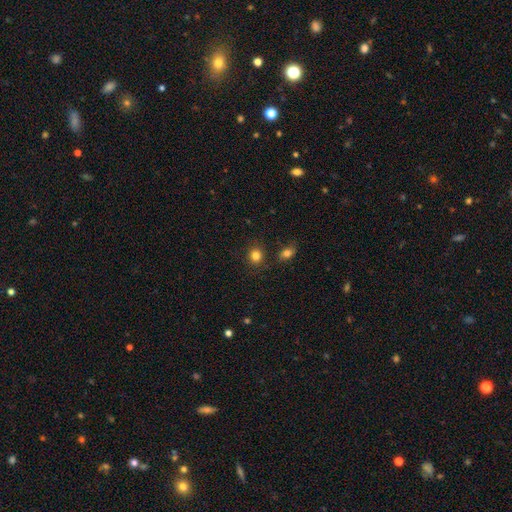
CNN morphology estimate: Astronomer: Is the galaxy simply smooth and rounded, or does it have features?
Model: smooth — 83%.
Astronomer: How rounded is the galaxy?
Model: round — 81%.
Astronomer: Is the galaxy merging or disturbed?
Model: none — 84%.